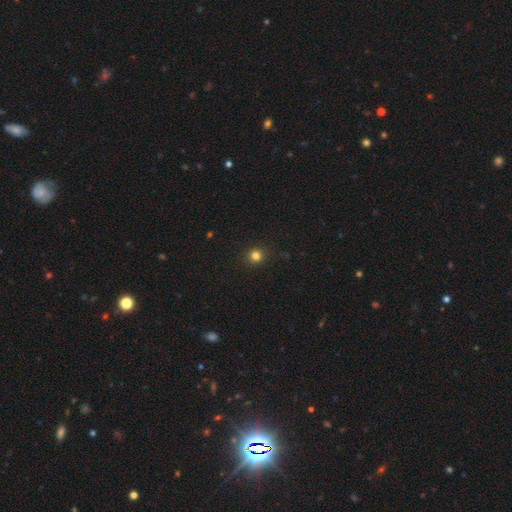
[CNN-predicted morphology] Overall: smooth (81%). How rounded: round (93%). Merging: none (91%).